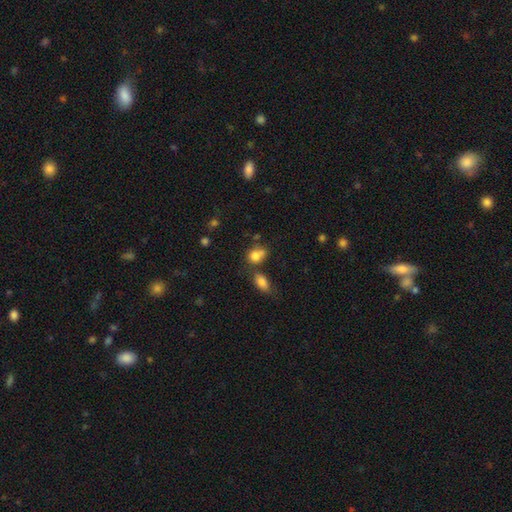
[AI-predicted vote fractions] A smooth galaxy with no disk features (80%) that is in between round and cigar-shaped (54%).

Vote fractions:
- Smooth or featured? smooth: 80% / star or artifact: 11% / featured or disk: 9%
- How rounded? in between: 54% / round: 44% / cigar-shaped: 2%
- Merging? none: 44% / merger: 32% / minor disturbance: 17% / major disturbance: 7%